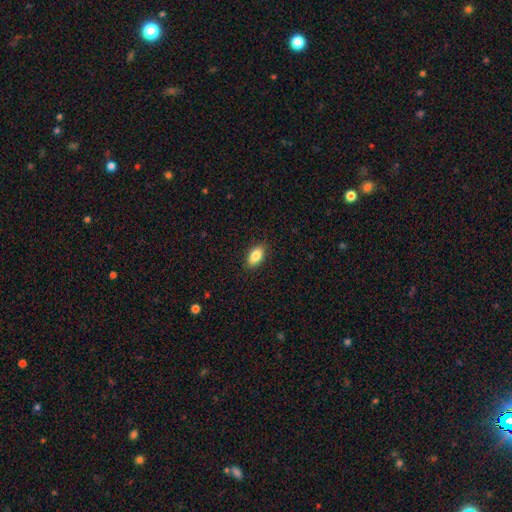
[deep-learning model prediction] Smooth or featured?
  - smooth: 86% *
  - featured or disk: 7%
  - star or artifact: 7%
How rounded?
  - in between: 90% *
  - round: 5%
  - cigar-shaped: 5%
Merging?
  - none: 88% *
  - minor disturbance: 9%
  - major disturbance: 2%
  - merger: 1%